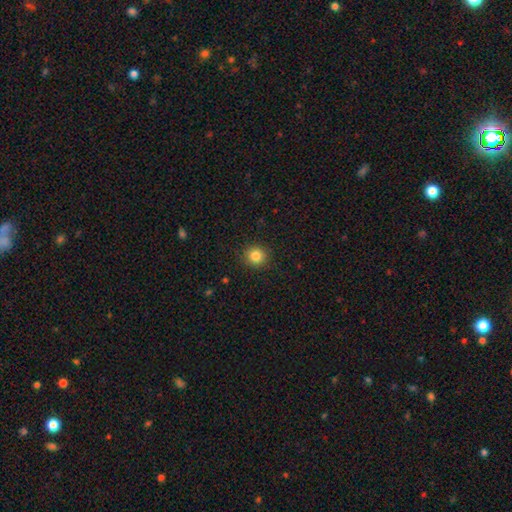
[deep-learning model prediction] Smooth or featured? smooth (84%)
How rounded? round (91%)
Merging? none (90%)